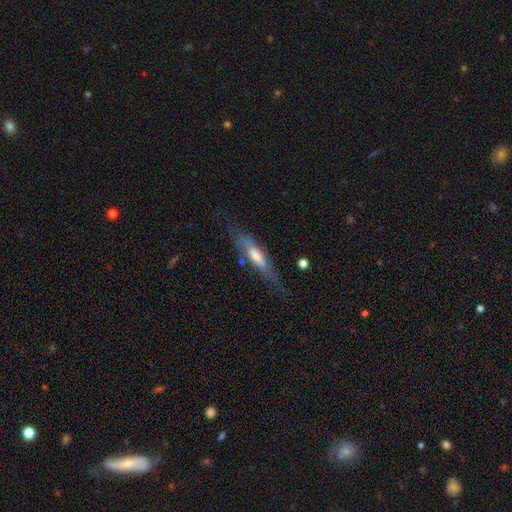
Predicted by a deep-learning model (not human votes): Smooth or featured?
  - featured or disk: 52% *
  - smooth: 41%
  - star or artifact: 7%
Edge-on disk?
  - yes: 66% *
  - no: 34%
Merging?
  - none: 62% *
  - minor disturbance: 23%
  - major disturbance: 13%
  - merger: 2%